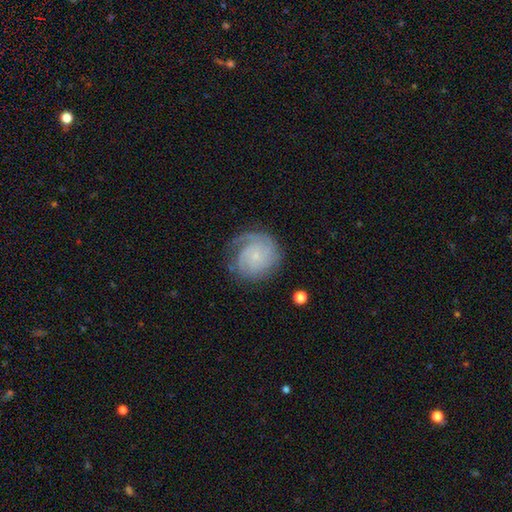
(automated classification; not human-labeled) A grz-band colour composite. It shows a featured or disk galaxy (76%) with no bar (77%), tight (67%) spiral arms (95%) and a small central bulge (81%). Merging: none (70%).